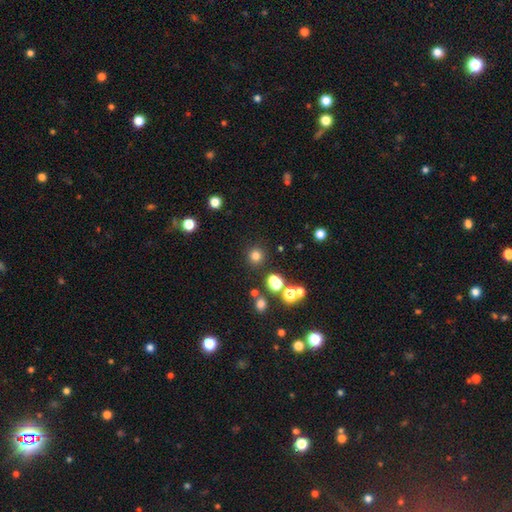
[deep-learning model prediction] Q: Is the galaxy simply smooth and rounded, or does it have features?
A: smooth — 77%.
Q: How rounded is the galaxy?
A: round — 94%.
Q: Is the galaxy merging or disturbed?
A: none — 87%.